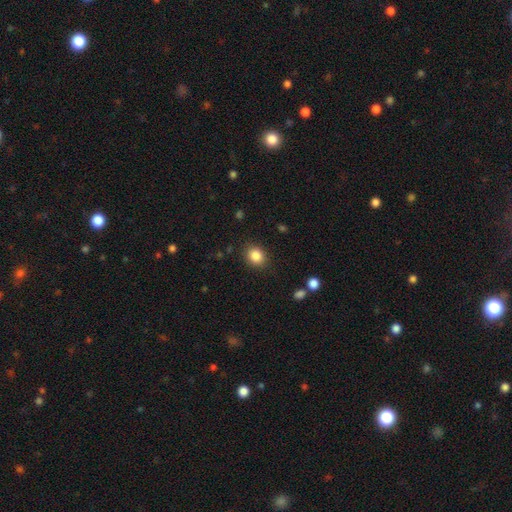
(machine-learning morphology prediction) smooth_or_featured: smooth (p=0.85) [alt: star or artifact p=0.10]
how_rounded: round (p=0.68) [alt: in between p=0.31]
merging: none (p=0.88) [alt: minor disturbance p=0.08]